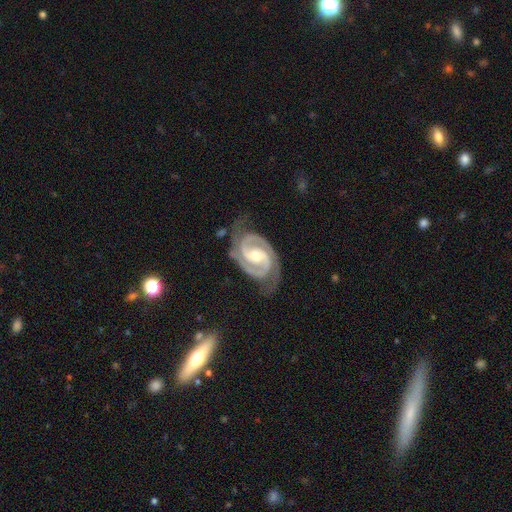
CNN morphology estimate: type=featured or disk (94%); edge-on=no (98%); bar=weak (38%); spiral arms=yes (99%); winding=tight (60%); arm count=2 (92%); bulge=moderate (66%); merging=none (75%).